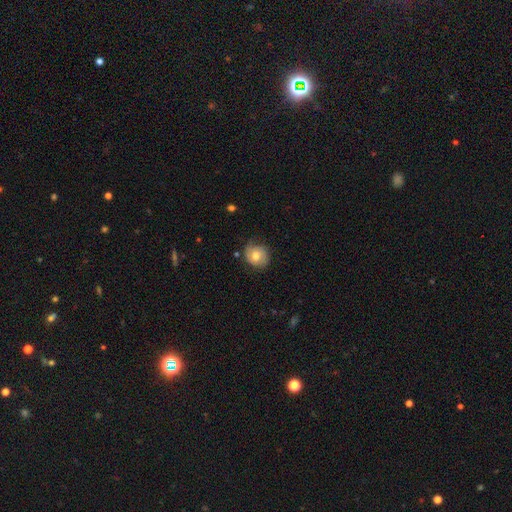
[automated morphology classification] A smooth galaxy with no disk features (66%) that is round (77%). Merging: none (71%).